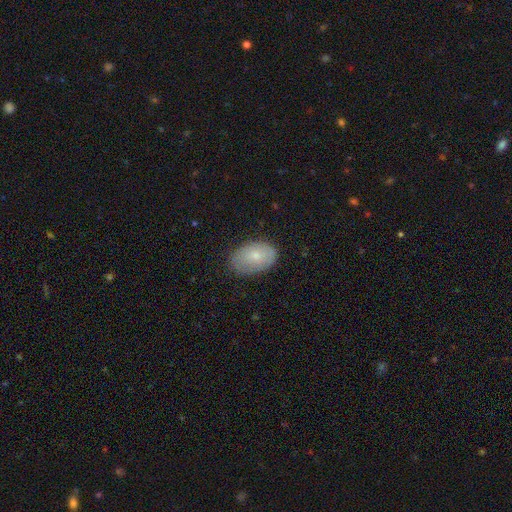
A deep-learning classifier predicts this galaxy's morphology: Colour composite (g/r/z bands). It shows a smooth galaxy with no disk features (73%) that is in between round and cigar-shaped (88%). Merging: none (76%).